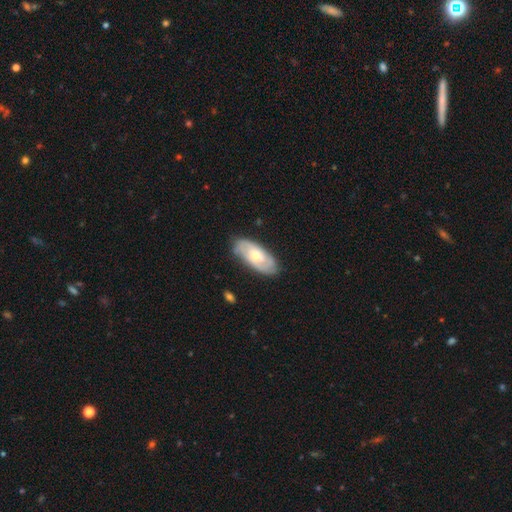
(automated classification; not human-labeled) A featured or disk galaxy (66%) with no bar (71%), 2 (42%) tight (60%) spiral arms (86%) and a moderate central bulge (54%). Merging: none (79%).